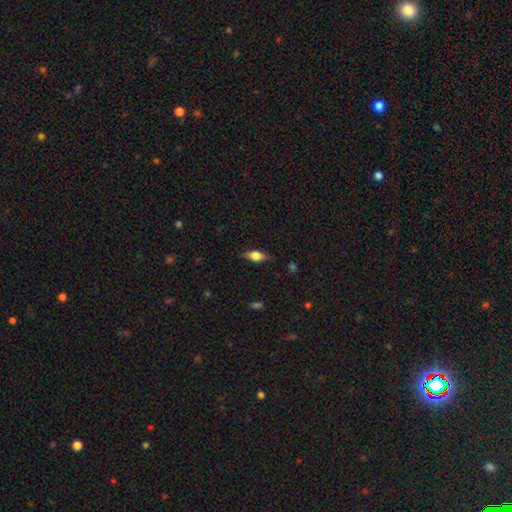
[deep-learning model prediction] Smooth or featured? smooth (63%)
How rounded? in between (79%)
Merging? none (81%)